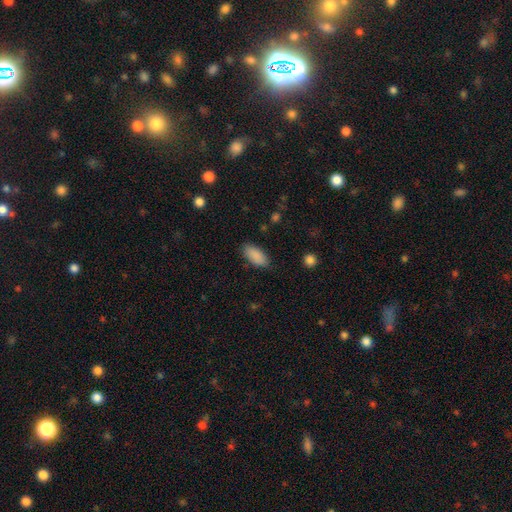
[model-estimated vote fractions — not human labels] smooth_or_featured: smooth (p=0.89) [alt: star or artifact p=0.07]
how_rounded: in between (p=0.90) [alt: cigar-shaped p=0.08]
merging: none (p=0.85) [alt: minor disturbance p=0.11]